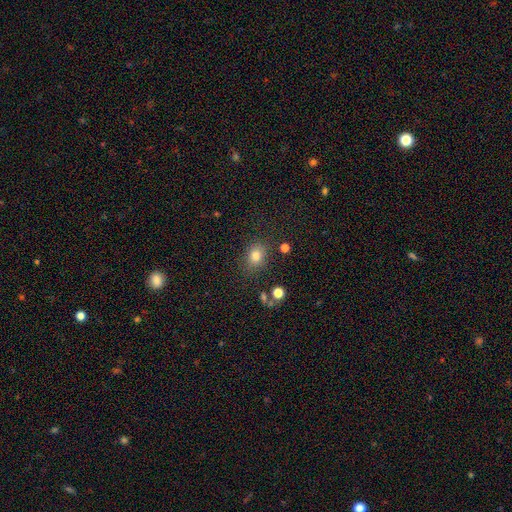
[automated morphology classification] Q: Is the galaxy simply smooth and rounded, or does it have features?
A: smooth — 79%.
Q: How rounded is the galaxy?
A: in between — 51%.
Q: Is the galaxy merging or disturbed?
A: none — 80%.